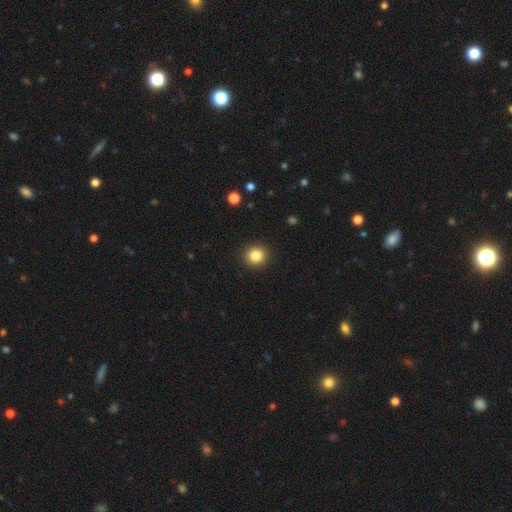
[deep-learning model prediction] This is clearly a smooth galaxy (84%). How rounded: clearly round (90%). Merging: clearly none (92%).